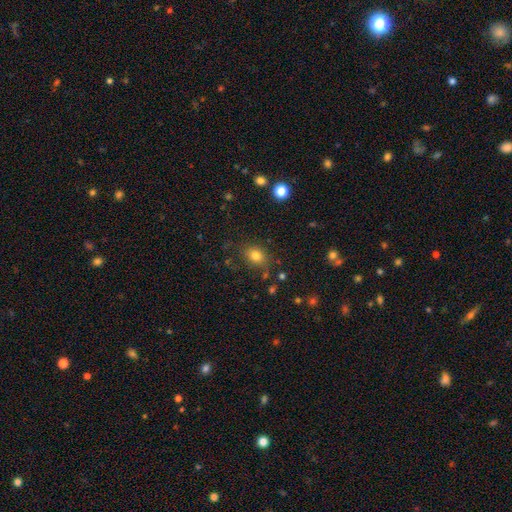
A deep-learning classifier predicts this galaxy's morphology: Smooth or featured?
  - smooth: 79% *
  - star or artifact: 13%
  - featured or disk: 8%
How rounded?
  - in between: 52% *
  - round: 47%
  - cigar-shaped: 1%
Merging?
  - none: 78% *
  - minor disturbance: 14%
  - major disturbance: 5%
  - merger: 3%